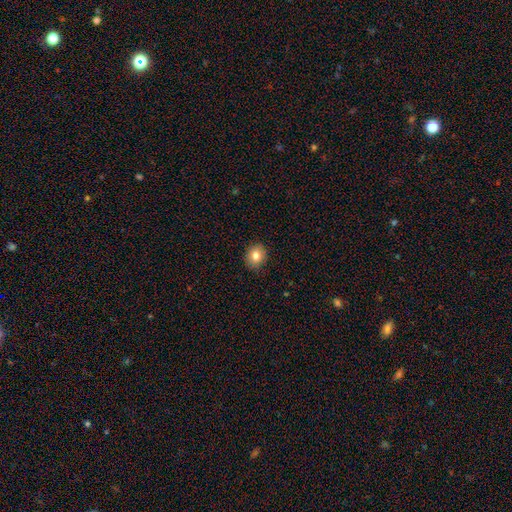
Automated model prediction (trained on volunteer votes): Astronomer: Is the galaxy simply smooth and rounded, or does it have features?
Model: smooth — 81%.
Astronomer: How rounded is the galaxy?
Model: round — 71%.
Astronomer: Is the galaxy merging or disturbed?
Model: none — 89%.